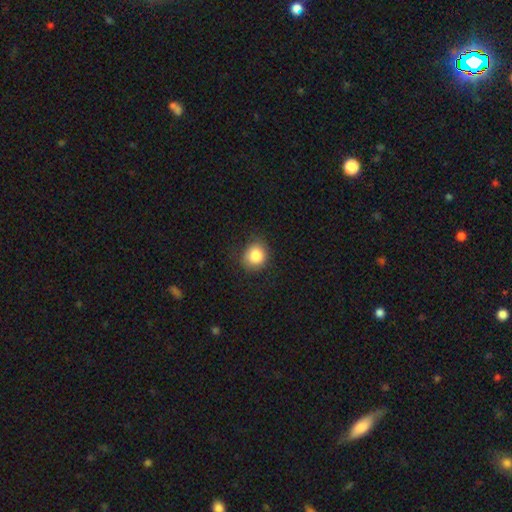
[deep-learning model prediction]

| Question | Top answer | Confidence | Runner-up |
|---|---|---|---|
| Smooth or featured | smooth | 84% | star or artifact (9%) |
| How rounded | round | 76% | in between (23%) |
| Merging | none | 78% | minor disturbance (16%) |